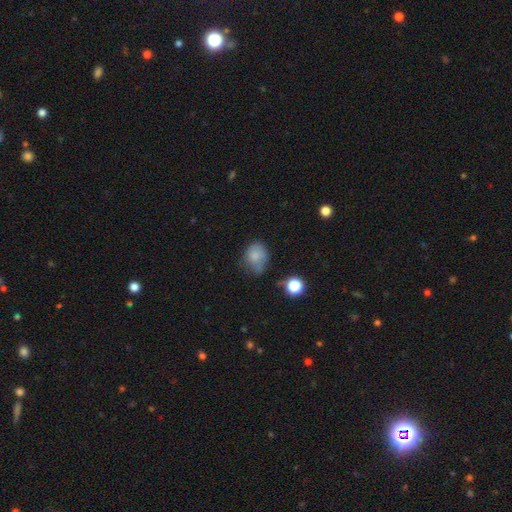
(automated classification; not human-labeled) smooth-or-featured: smooth: 77% | featured or disk: 12% | star or artifact: 11%
  how-rounded: in between: 54% | round: 45% | cigar-shaped: 1%
  merging: none: 41% | minor disturbance: 35% | major disturbance: 15% | merger: 9%